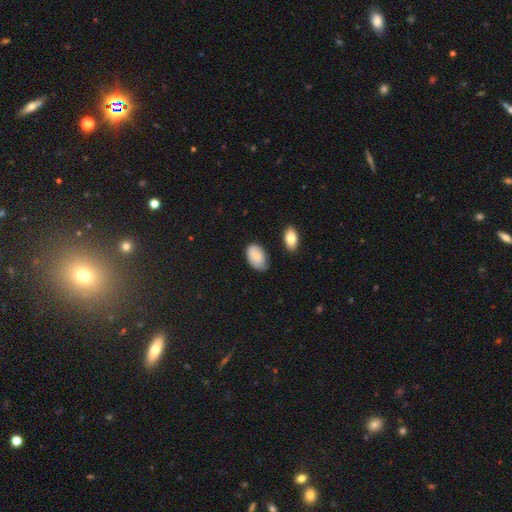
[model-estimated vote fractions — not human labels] smooth 78%, featured or disk 15%, star or artifact 7%. Down the decision tree: how rounded — in between (93%); merging — none (66%).